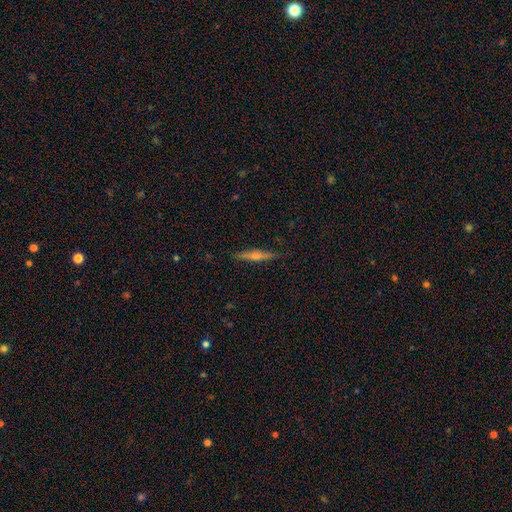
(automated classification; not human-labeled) A featured or disk galaxy (56%) viewed edge-on (96%) with a rounded central bulge (80%).

Vote fractions:
- Smooth or featured? featured or disk: 56% / smooth: 37% / star or artifact: 7%
- Edge-on disk? yes: 96% / no: 4%
- Edge-on bulge? rounded: 80% / none: 12% / boxy: 7%
- Merging? none: 89% / minor disturbance: 8% / major disturbance: 2% / merger: 1%